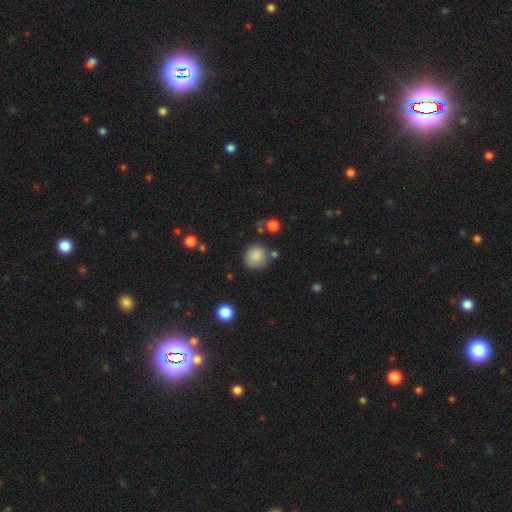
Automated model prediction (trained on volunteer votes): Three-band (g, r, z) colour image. It shows a smooth galaxy with no disk features (85%) that is round (89%). Merging: none (74%).